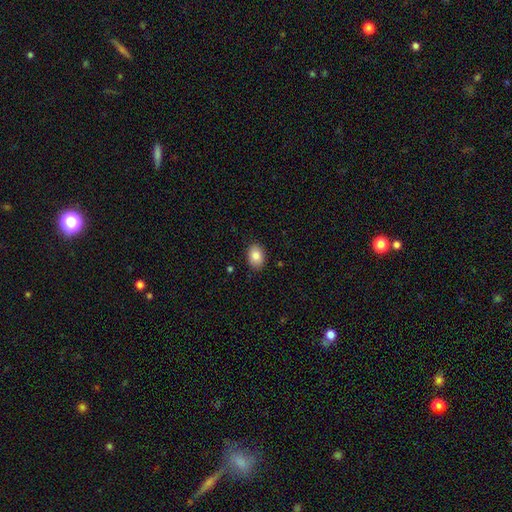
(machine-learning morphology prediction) This appears to be a smooth galaxy with no disk features (85%) that is in between round and cigar-shaped (81%). Merging: none (88%).